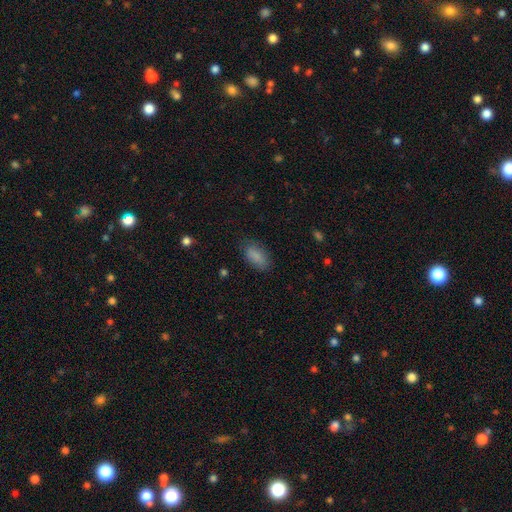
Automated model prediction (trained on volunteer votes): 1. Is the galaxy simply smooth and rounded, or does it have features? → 86% smooth, 7% star or artifact, 7% featured or disk.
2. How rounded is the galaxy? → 90% in between, 6% cigar-shaped, 3% round.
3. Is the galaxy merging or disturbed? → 78% none, 16% minor disturbance, 4% major disturbance, 1% merger.